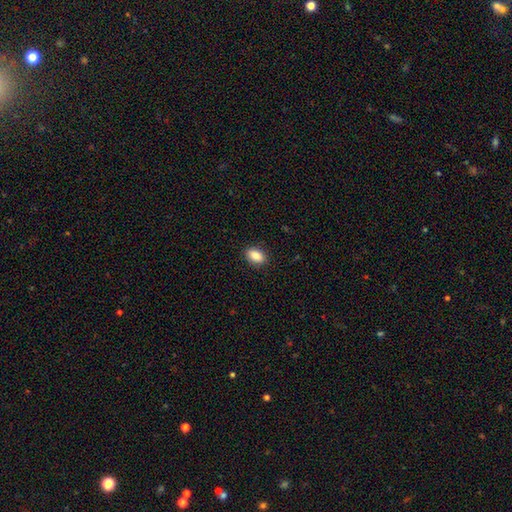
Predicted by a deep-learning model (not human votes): smooth 88%, star or artifact 7%, featured or disk 4%. Down the decision tree: how rounded — in between (89%); merging — none (89%).